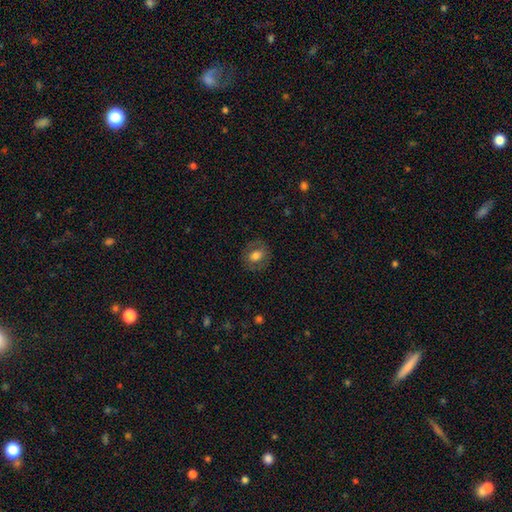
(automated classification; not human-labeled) A smooth galaxy with no disk features (63%) that is round (57%). Merging: none (79%).